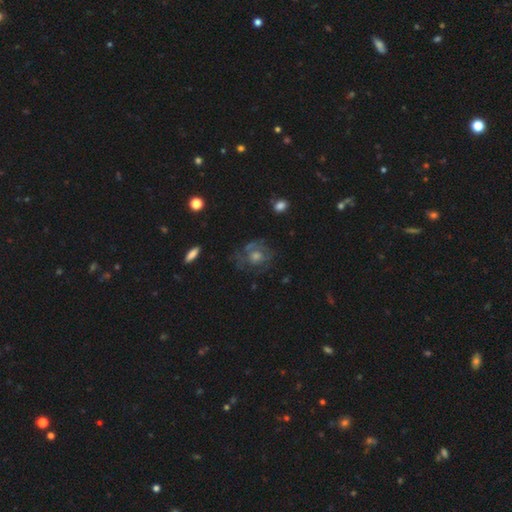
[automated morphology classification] A featured or disk galaxy (57%) with no bar (80%), spiral arms (63%) and a moderate central bulge (54%).

Vote fractions:
- Smooth or featured? featured or disk: 57% / smooth: 27% / star or artifact: 16%
- Edge-on disk? no: 96% / yes: 4%
- Bar? no: 80% / weak: 16% / strong: 3%
- Spiral arms? yes: 63% / no: 37%
- Bulge size? moderate: 54% / small: 24% / large: 13% / none: 6% / dominant: 2%
- Merging? none: 66% / minor disturbance: 18% / major disturbance: 14% / merger: 2%